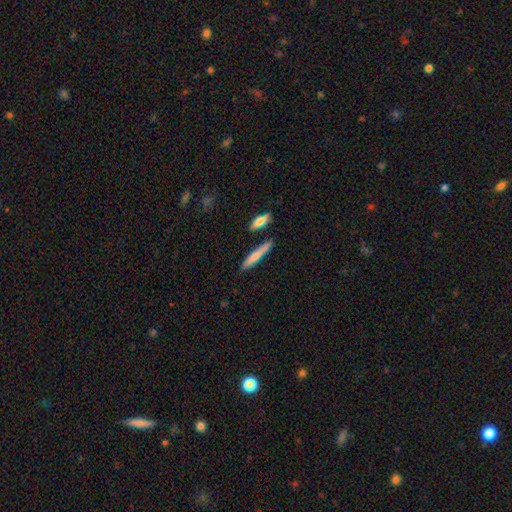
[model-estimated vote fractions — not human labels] Smooth or featured: smooth — 66% (featured or disk — 28%)
How rounded: cigar-shaped — 88% (in between — 10%)
Merging: none — 74% (minor disturbance — 14%)